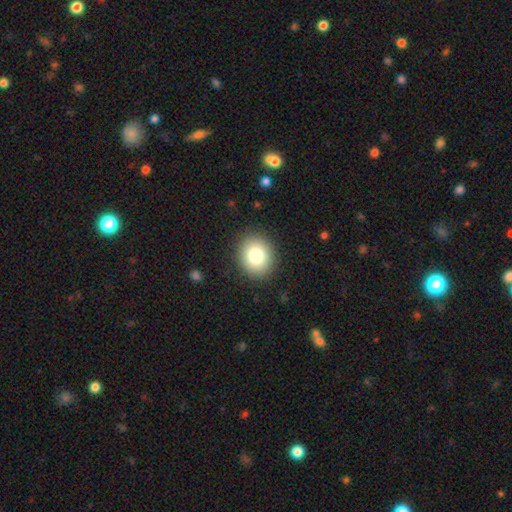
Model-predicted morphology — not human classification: Smooth or featured? Predicted: smooth (p=0.81). How rounded? Predicted: round (p=0.73). Merging? Predicted: none (p=0.90).